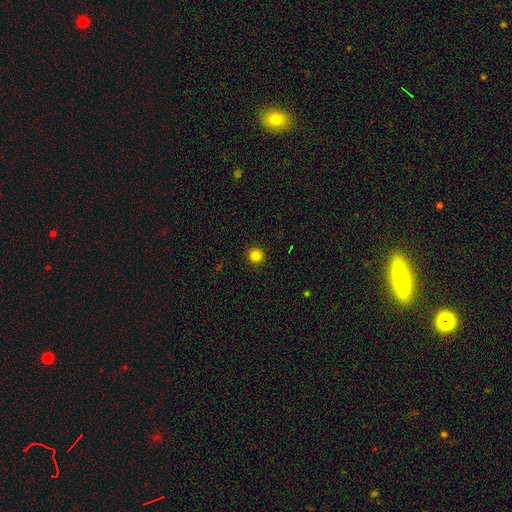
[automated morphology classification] Smooth or featured: smooth — 83% (star or artifact — 13%)
How rounded: round — 95% (in between — 4%)
Merging: none — 93% (minor disturbance — 4%)